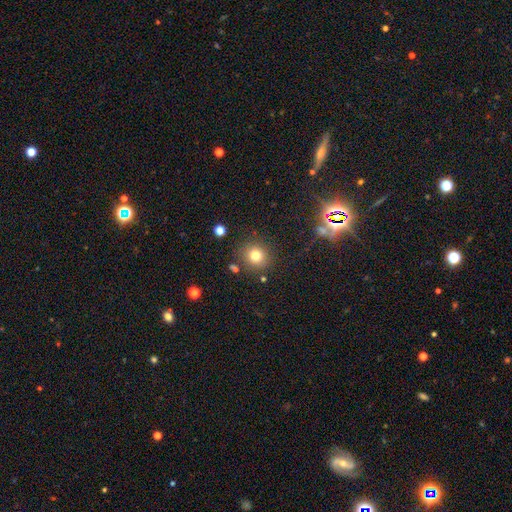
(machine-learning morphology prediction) Smooth or featured: smooth — 77% (star or artifact — 15%)
How rounded: round — 88% (in between — 12%)
Merging: none — 84% (minor disturbance — 9%)